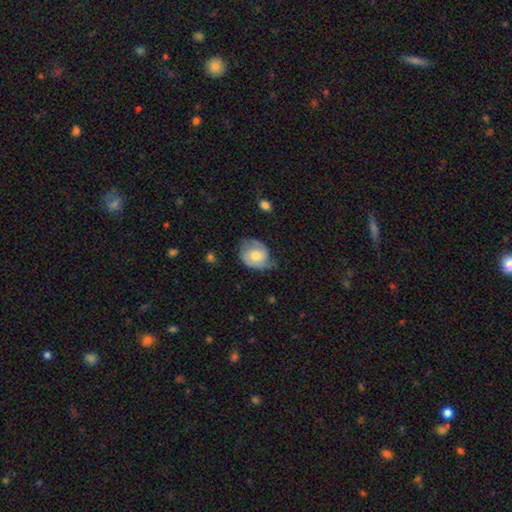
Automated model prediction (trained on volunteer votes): Overall: smooth (50%; featured or disk 44%). Merging: none (45%; minor disturbance 38%).